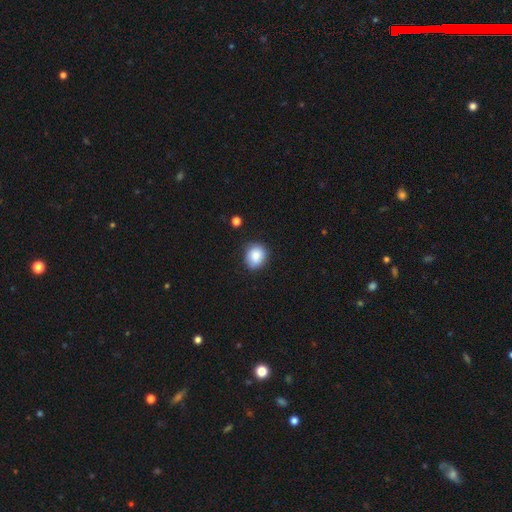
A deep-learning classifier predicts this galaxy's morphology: A smooth galaxy with no disk features (86%) that is round (70%). Merging: none (84%).